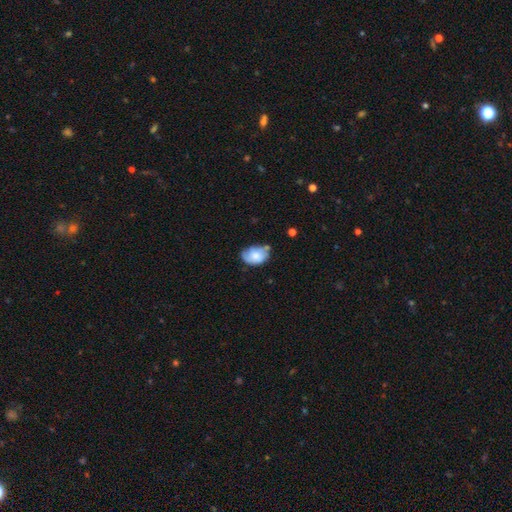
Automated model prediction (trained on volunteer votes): smooth-or-featured: smooth: 69% | featured or disk: 24% | star or artifact: 8%
  how-rounded: in between: 82% | round: 17% | cigar-shaped: 1%
  merging: none: 49% | minor disturbance: 36% | major disturbance: 8% | merger: 7%